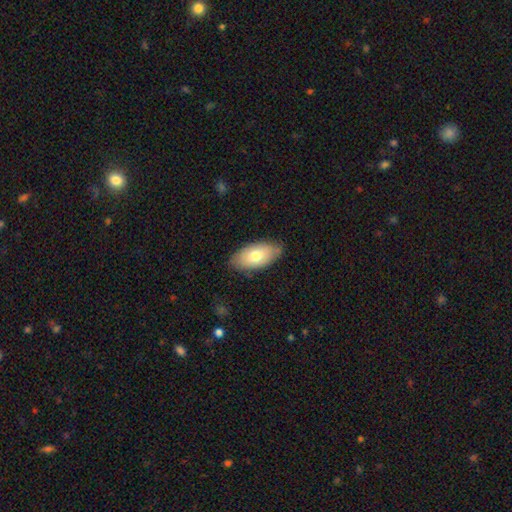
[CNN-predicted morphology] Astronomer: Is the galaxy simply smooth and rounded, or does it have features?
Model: smooth — 71%.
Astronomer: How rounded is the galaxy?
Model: in between — 93%.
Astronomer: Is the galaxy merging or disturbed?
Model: none — 79%.